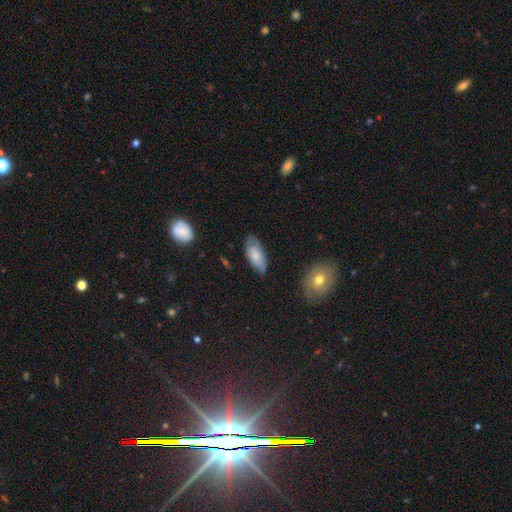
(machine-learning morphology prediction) smooth 71%, featured or disk 23%, star or artifact 7%. Down the decision tree: how rounded — in between (90%); merging — none (63%).